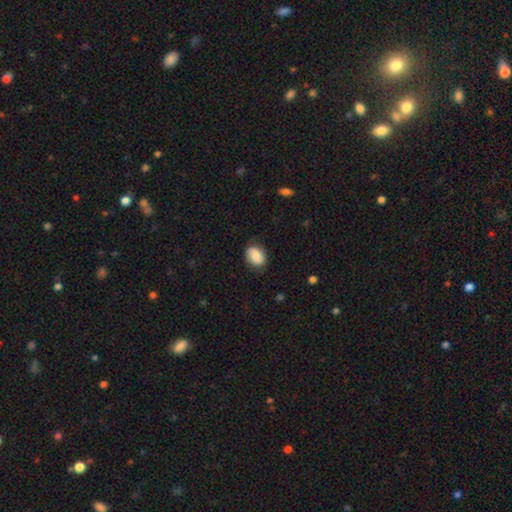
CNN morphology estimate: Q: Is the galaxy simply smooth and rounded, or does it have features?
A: smooth — 79%.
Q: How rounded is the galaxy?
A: in between — 74%.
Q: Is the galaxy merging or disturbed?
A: none — 78%.